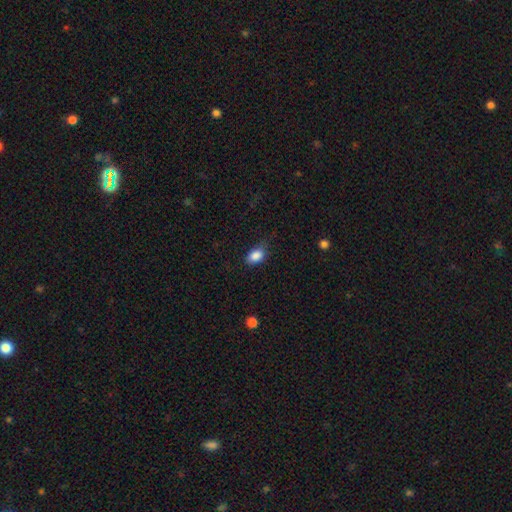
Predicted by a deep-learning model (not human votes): smooth-or-featured: smooth: 87% | star or artifact: 8% | featured or disk: 5%
  how-rounded: in between: 84% | round: 14% | cigar-shaped: 2%
  merging: none: 66% | minor disturbance: 26% | major disturbance: 7% | merger: 1%